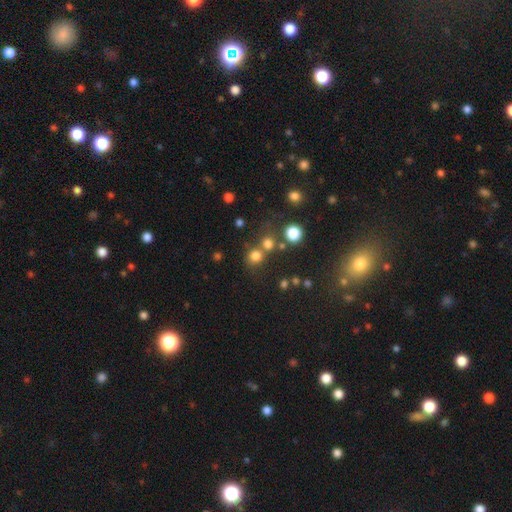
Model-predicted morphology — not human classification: Smooth or featured? smooth (74%)
How rounded? round (88%)
Merging? none (60%)